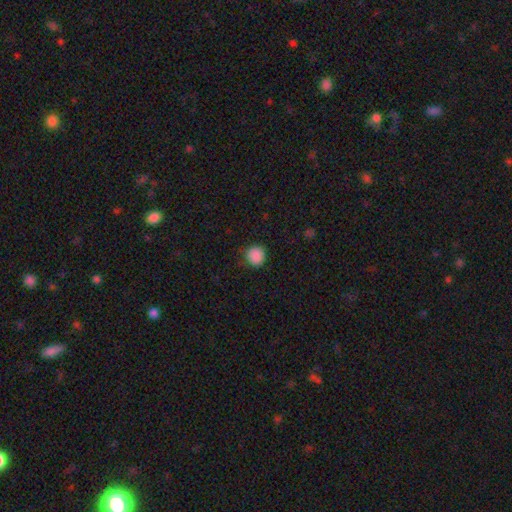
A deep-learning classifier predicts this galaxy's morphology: Smooth or featured: smooth — 88% (star or artifact — 9%)
How rounded: round — 91% (in between — 8%)
Merging: none — 86% (minor disturbance — 10%)